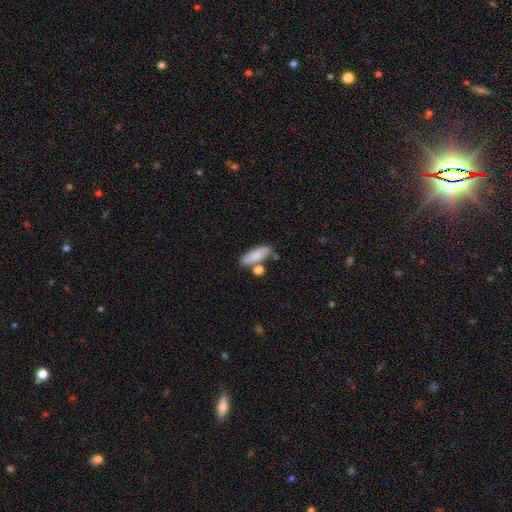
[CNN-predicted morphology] This is clearly a smooth galaxy (82%). How rounded: likely in between (63%). Merging: likely none (64%).